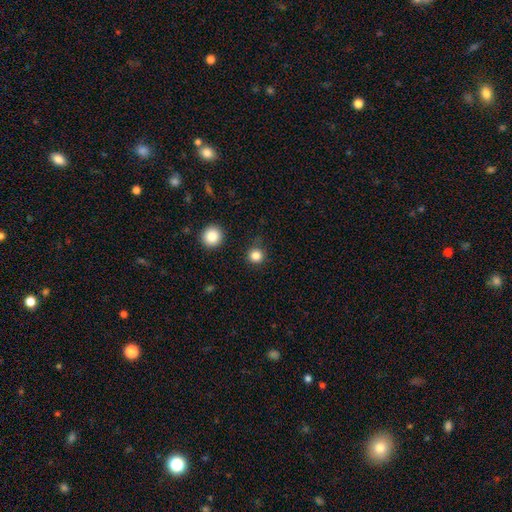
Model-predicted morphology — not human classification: Smooth or featured? smooth (83%)
How rounded? round (94%)
Merging? none (85%)